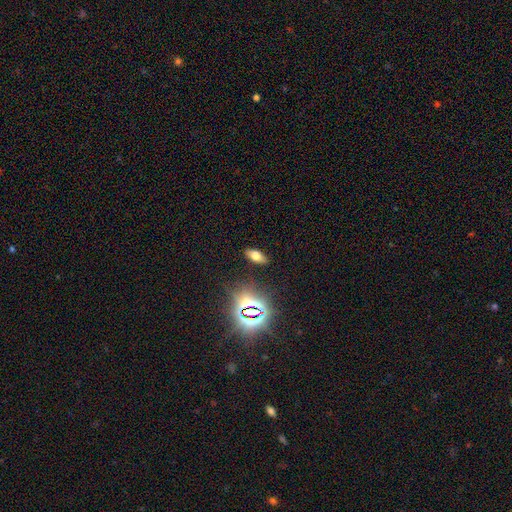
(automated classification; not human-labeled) A smooth galaxy with no disk features (62%) that is in between round and cigar-shaped (83%). Merging: none (88%).